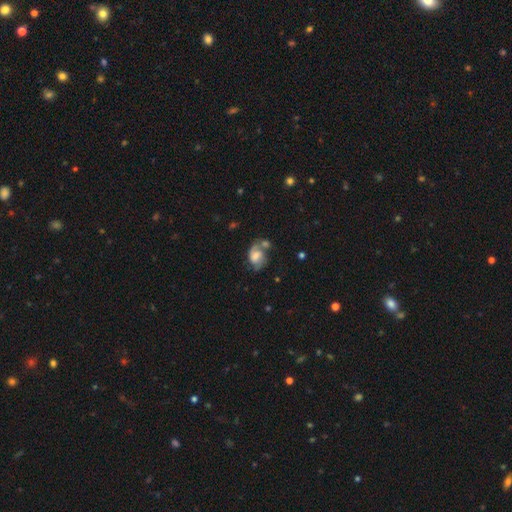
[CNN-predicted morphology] A featured or disk galaxy (55%) with no bar (55%), spiral arms (82%) and a moderate central bulge (35%).

Vote fractions:
- Smooth or featured? featured or disk: 55% / smooth: 36% / star or artifact: 9%
- Edge-on disk? no: 97% / yes: 3%
- Bar? no: 55% / weak: 36% / strong: 9%
- Spiral arms? yes: 82% / no: 18%
- Bulge size? moderate: 35% / large: 25% / small: 22% / none: 14% / dominant: 4%
- Merging? none: 36% / merger: 27% / minor disturbance: 22% / major disturbance: 15%